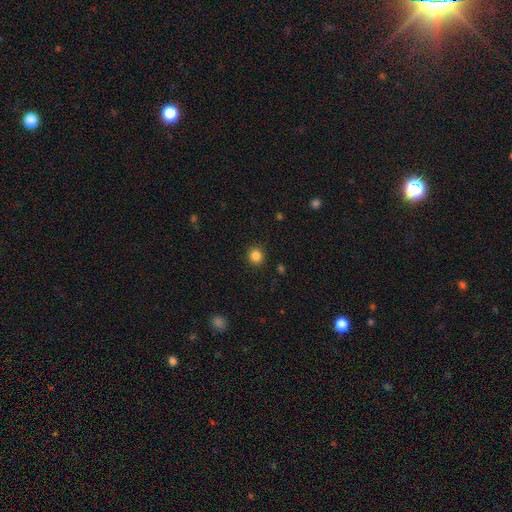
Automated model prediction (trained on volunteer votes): Q: Smooth or featured?
A: smooth (85%); runner-up: star or artifact (12%)
Q: How rounded?
A: round (89%); runner-up: in between (10%)
Q: Merging?
A: none (91%); runner-up: minor disturbance (6%)